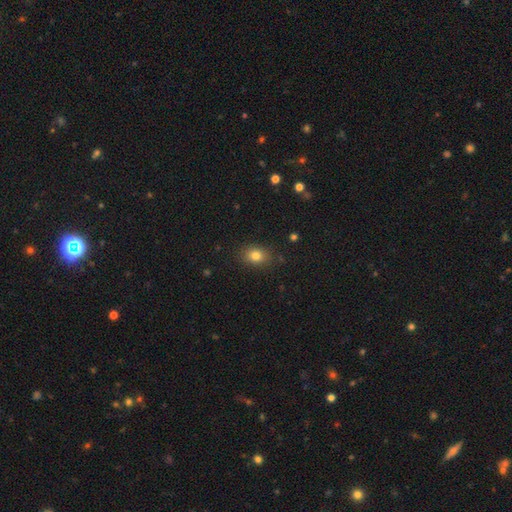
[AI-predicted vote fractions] A smooth galaxy with no disk features (80%) that is in between round and cigar-shaped (62%). Merging: none (85%).